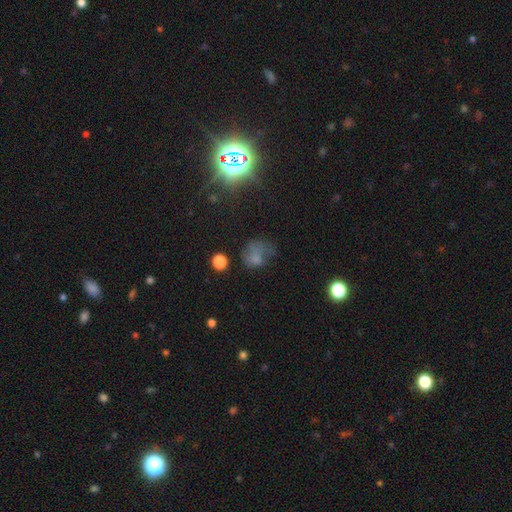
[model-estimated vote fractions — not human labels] Smooth or featured?
  - smooth: 59% *
  - star or artifact: 21%
  - featured or disk: 19%
How rounded?
  - in between: 50% *
  - round: 49%
  - cigar-shaped: 2%
Merging?
  - major disturbance: 35% *
  - none: 34%
  - minor disturbance: 26%
  - merger: 6%